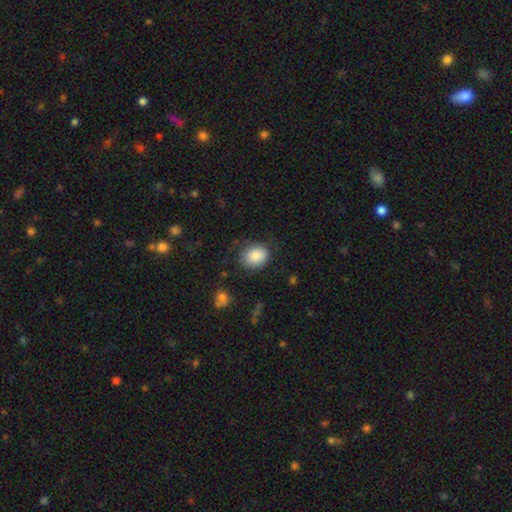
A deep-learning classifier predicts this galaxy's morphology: Smooth or featured?
  - smooth: 86% *
  - star or artifact: 8%
  - featured or disk: 6%
How rounded?
  - round: 52% *
  - in between: 47%
  - cigar-shaped: 1%
Merging?
  - none: 74% *
  - minor disturbance: 18%
  - major disturbance: 7%
  - merger: 2%